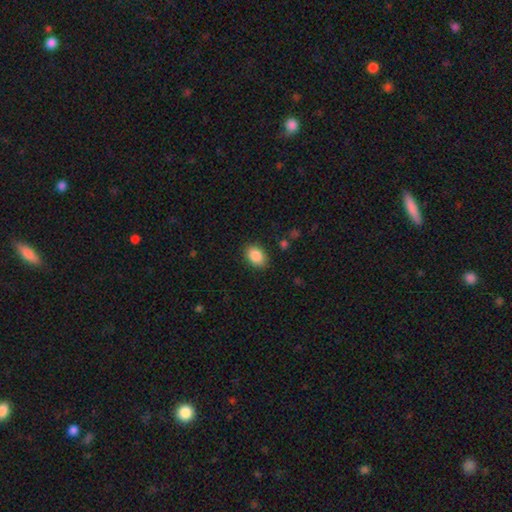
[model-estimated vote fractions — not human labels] A smooth galaxy with no disk features (88%) that is in between round and cigar-shaped (81%). Merging: none (88%).